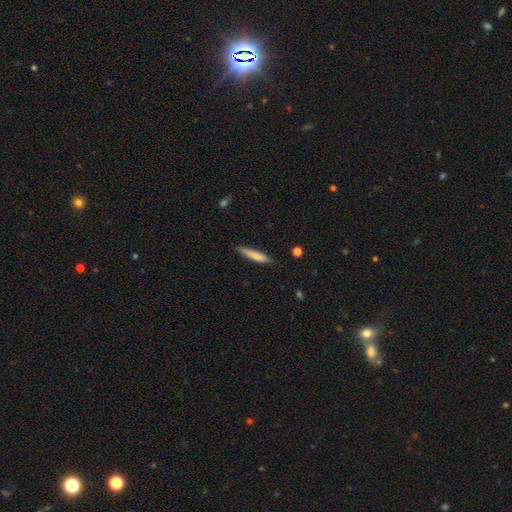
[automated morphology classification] smooth 77%, featured or disk 17%, star or artifact 6%. Down the decision tree: how rounded — cigar-shaped (92%); merging — none (84%).